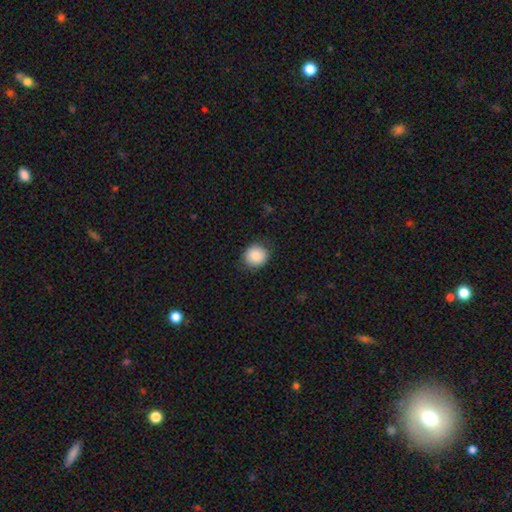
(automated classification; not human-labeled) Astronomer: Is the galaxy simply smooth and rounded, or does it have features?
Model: smooth — 86%.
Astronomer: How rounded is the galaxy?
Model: round — 88%.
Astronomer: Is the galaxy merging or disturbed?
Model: none — 85%.